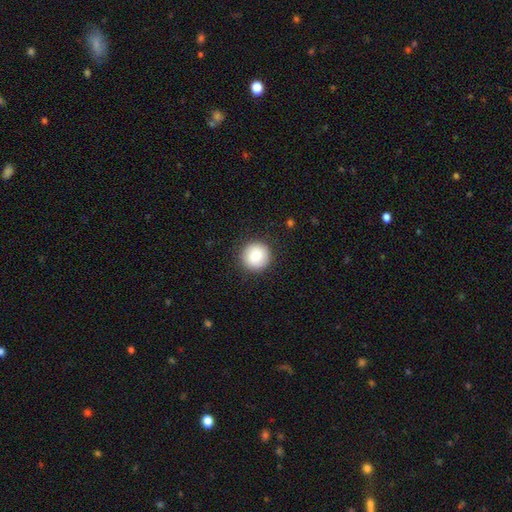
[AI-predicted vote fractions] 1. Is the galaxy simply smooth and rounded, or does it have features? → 85% smooth, 8% star or artifact, 7% featured or disk.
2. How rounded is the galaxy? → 95% round, 4% in between, 1% cigar-shaped.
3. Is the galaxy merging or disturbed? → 90% none, 7% minor disturbance, 2% major disturbance, 1% merger.